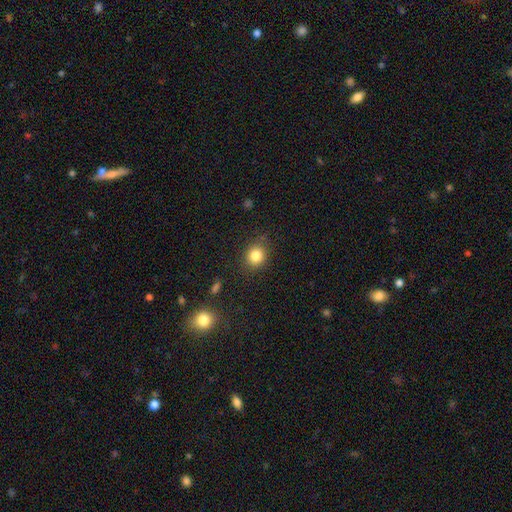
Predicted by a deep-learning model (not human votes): A smooth galaxy with no disk features (83%) that is round (74%). Merging: none (82%).